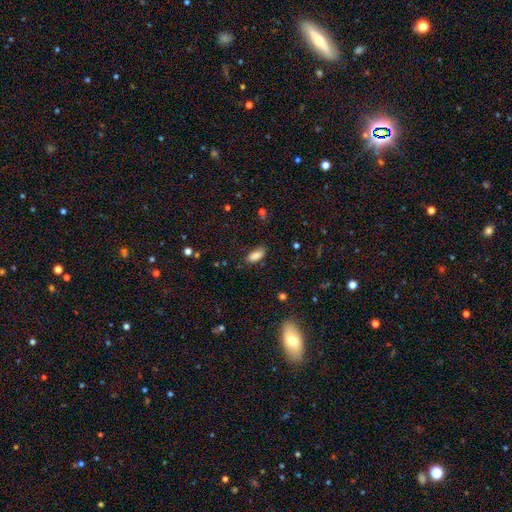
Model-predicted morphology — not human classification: A smooth galaxy with no disk features (84%) that is in between round and cigar-shaped (86%). Merging: none (77%).